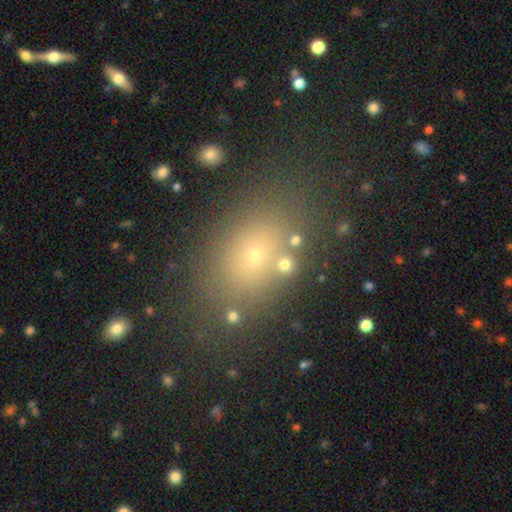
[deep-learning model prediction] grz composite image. It shows a smooth galaxy with no disk features (63%) that is in between round and cigar-shaped (75%). Merging: none (80%).